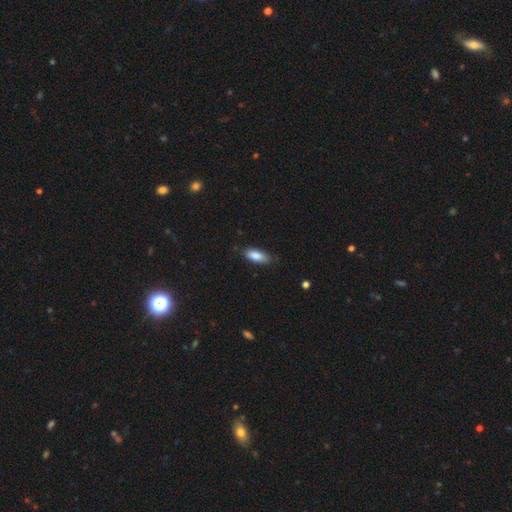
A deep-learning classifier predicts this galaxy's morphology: This is clearly a smooth galaxy (85%). How rounded: likely in between (77%). Merging: likely none (76%).